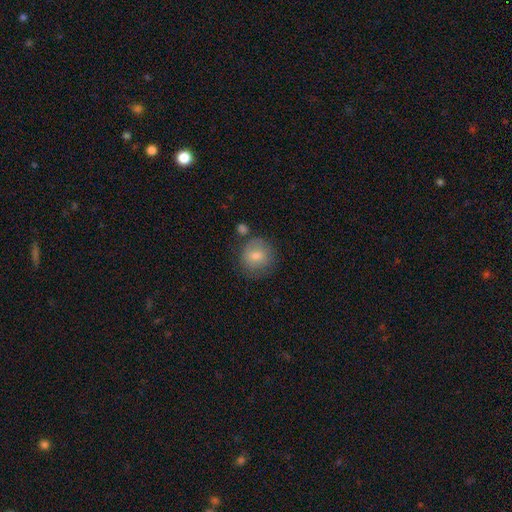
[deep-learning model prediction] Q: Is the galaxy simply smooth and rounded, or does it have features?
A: smooth — 75%.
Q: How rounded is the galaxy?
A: round — 88%.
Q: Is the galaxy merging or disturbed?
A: none — 73%.